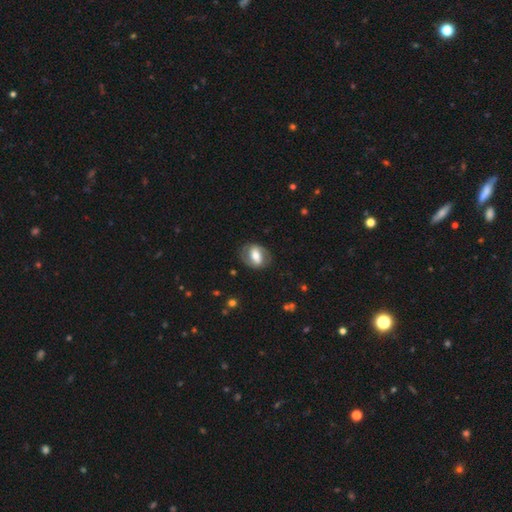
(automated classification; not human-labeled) Overall: featured or disk (52%; smooth 42%). Edge-on disk: no (92%). Merging: none (77%).